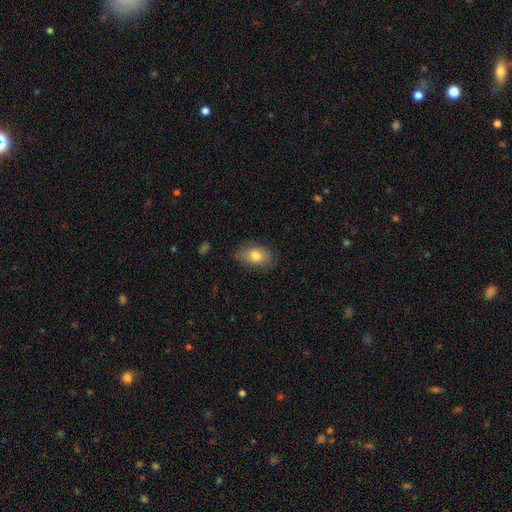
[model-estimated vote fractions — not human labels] A smooth galaxy with no disk features (79%) that is in between round and cigar-shaped (86%). Merging: none (76%).